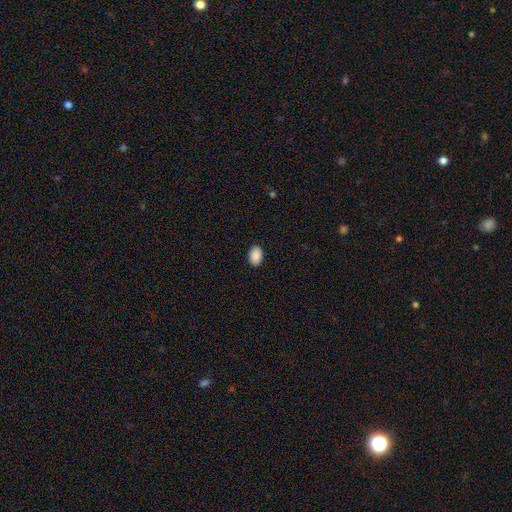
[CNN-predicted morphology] A smooth galaxy with no disk features (90%) that is in between round and cigar-shaped (86%). Merging: none (90%).